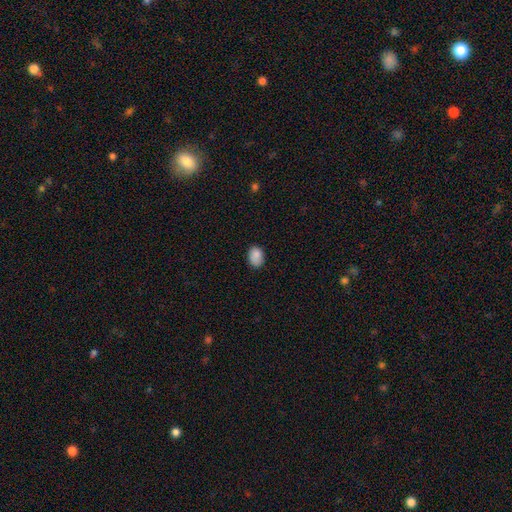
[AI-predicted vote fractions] Smooth or featured?
  - smooth: 88% *
  - star or artifact: 8%
  - featured or disk: 4%
How rounded?
  - in between: 78% *
  - round: 21%
  - cigar-shaped: 1%
Merging?
  - none: 80% *
  - minor disturbance: 16%
  - major disturbance: 3%
  - merger: 1%